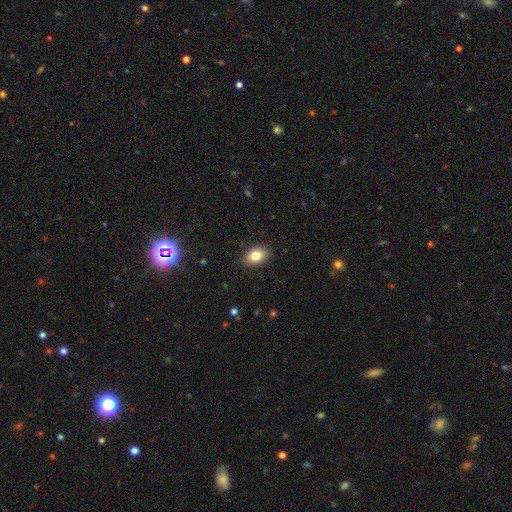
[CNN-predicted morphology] Smooth or featured? Predicted: smooth (p=0.84). How rounded? Predicted: in between (p=0.80). Merging? Predicted: none (p=0.88).